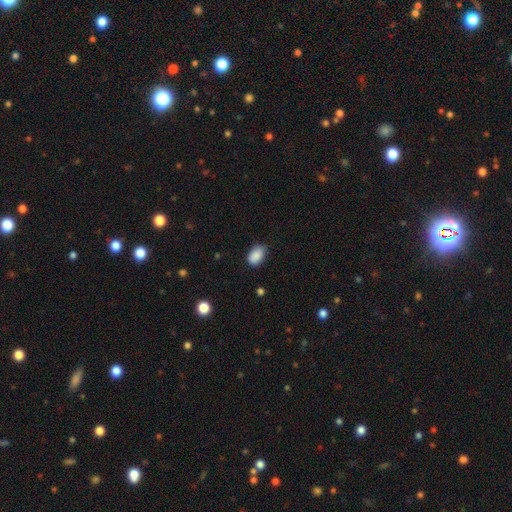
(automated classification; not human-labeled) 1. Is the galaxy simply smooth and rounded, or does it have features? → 89% smooth, 8% star or artifact, 4% featured or disk.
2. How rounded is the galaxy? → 89% in between, 9% round, 1% cigar-shaped.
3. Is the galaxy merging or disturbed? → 77% none, 18% minor disturbance, 3% major disturbance, 1% merger.